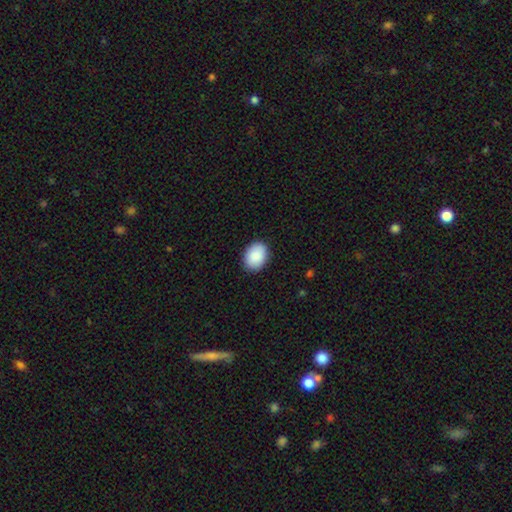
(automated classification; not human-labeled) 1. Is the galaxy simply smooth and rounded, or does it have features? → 89% smooth, 6% star or artifact, 4% featured or disk.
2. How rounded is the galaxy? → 67% in between, 32% round, 1% cigar-shaped.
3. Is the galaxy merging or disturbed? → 89% none, 8% minor disturbance, 2% major disturbance, 1% merger.